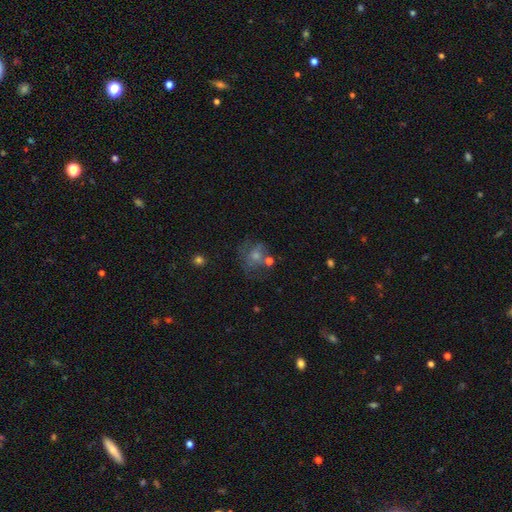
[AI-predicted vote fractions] featured or disk 37% (tied), smooth 37% (tied), star or artifact 26%. Down the decision tree: merging — none (55%).